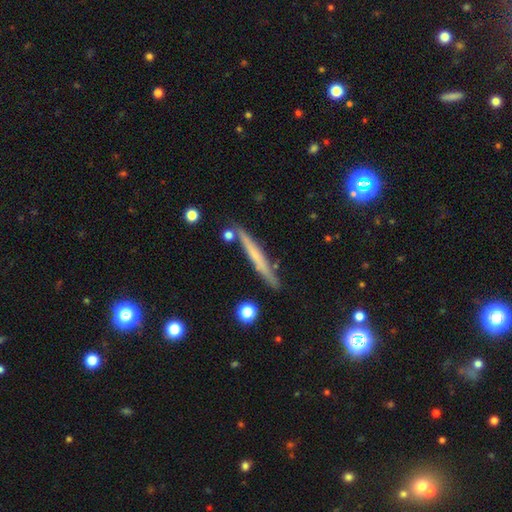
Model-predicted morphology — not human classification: type=featured or disk (48%); merging=none (84%).